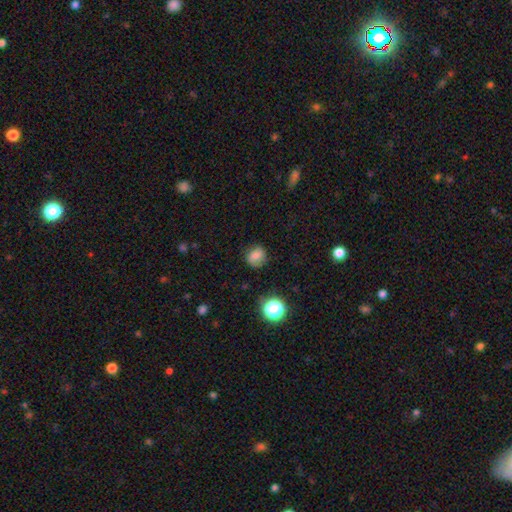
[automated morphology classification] smooth_or_featured: smooth (p=0.74) [alt: star or artifact p=0.14]
how_rounded: round (p=0.72) [alt: in between p=0.27]
merging: none (p=0.73) [alt: minor disturbance p=0.19]